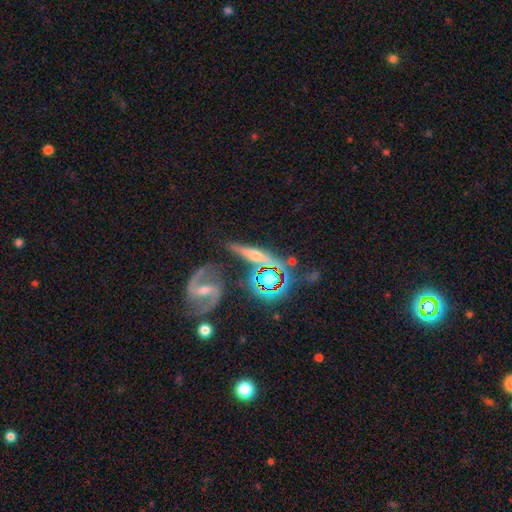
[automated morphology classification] This is possibly a featured or disk galaxy (58%). It is likely viewed edge-on (72%). Merging: likely none (69%).